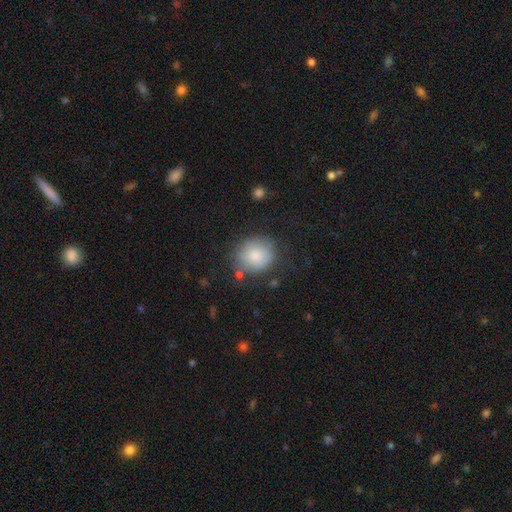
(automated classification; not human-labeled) Smooth or featured? smooth (81%)
How rounded? round (81%)
Merging? none (68%)